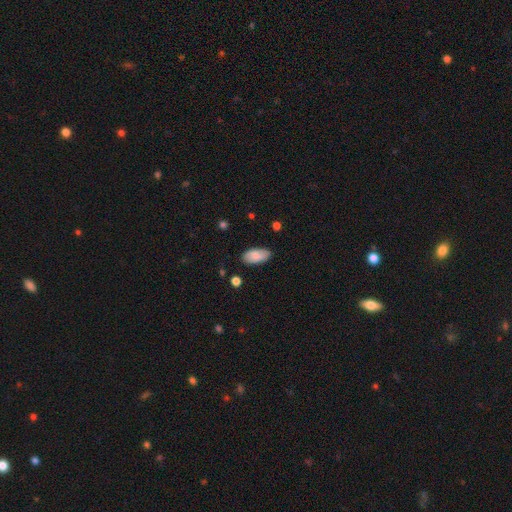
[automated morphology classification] A smooth galaxy with no disk features (86%) that is in between round and cigar-shaped (93%).

Vote fractions:
- Smooth or featured? smooth: 86% / featured or disk: 8% / star or artifact: 6%
- How rounded? in between: 93% / cigar-shaped: 5% / round: 2%
- Merging? none: 84% / minor disturbance: 12% / major disturbance: 2% / merger: 1%